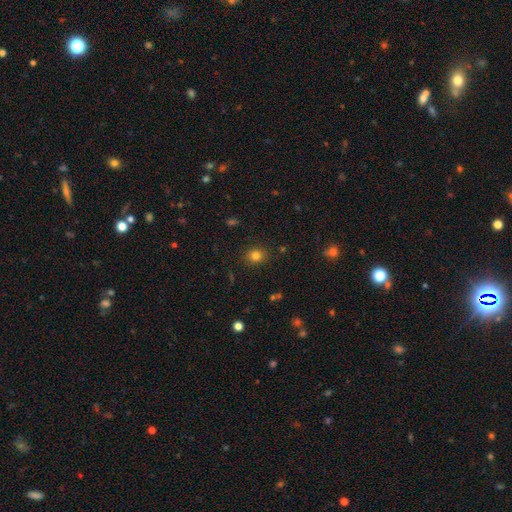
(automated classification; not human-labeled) A smooth galaxy with no disk features (79%) that is round (76%). Merging: none (88%).